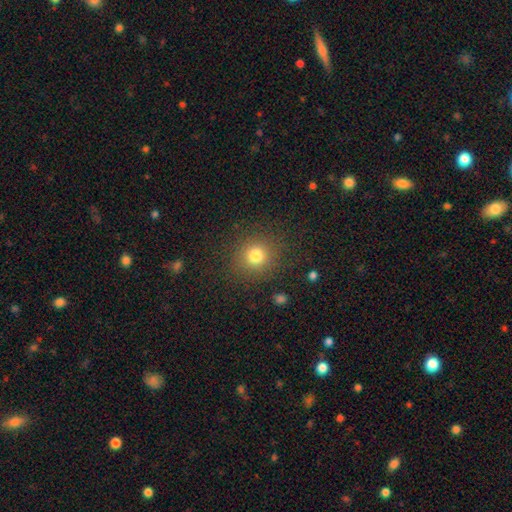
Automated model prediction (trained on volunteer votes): Smooth or featured? smooth (79%)
How rounded? round (88%)
Merging? none (86%)